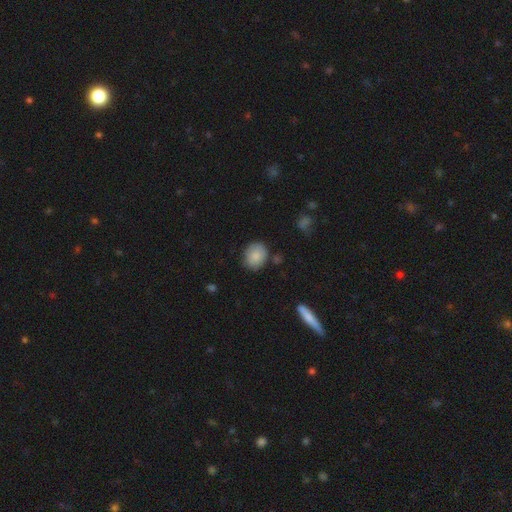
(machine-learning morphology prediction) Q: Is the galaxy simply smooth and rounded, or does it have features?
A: smooth — 86%.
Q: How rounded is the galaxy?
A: round — 57%.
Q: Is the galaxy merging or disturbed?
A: none — 78%.